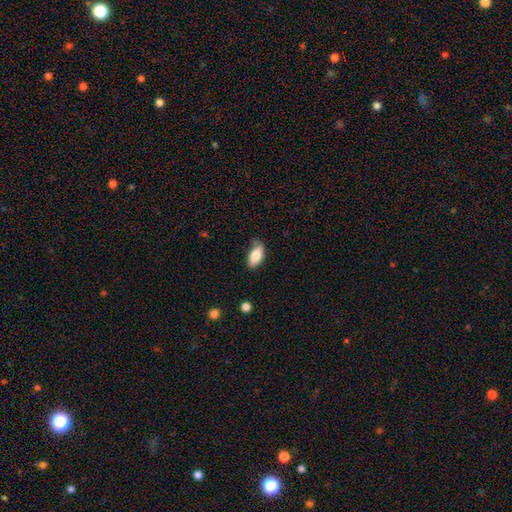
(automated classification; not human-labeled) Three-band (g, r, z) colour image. It shows a smooth galaxy with no disk features (84%) that is in between round and cigar-shaped (91%). Merging: none (66%).